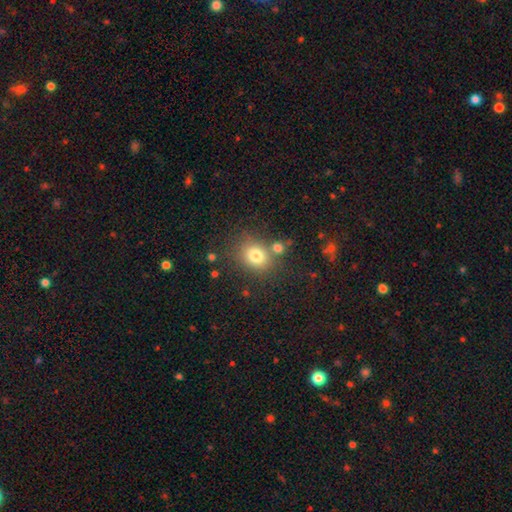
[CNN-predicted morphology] smooth-or-featured: smooth: 78% | star or artifact: 12% | featured or disk: 10%
  how-rounded: round: 62% | in between: 37% | cigar-shaped: 1%
  merging: none: 67% | merger: 16% | minor disturbance: 12% | major disturbance: 5%